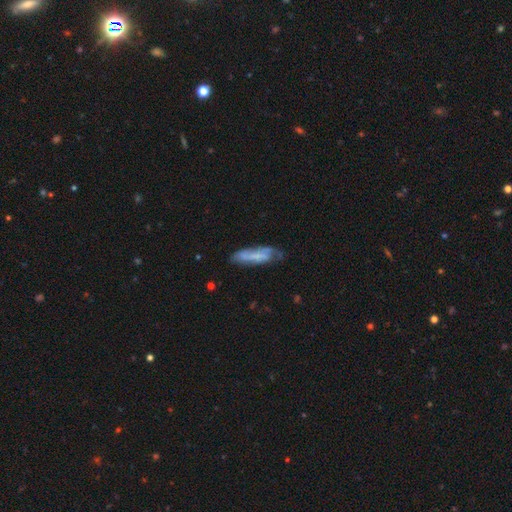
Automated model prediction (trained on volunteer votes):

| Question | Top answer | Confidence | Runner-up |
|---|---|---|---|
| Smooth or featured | smooth | 47% | featured or disk (46%) |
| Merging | none | 53% | minor disturbance (30%) |